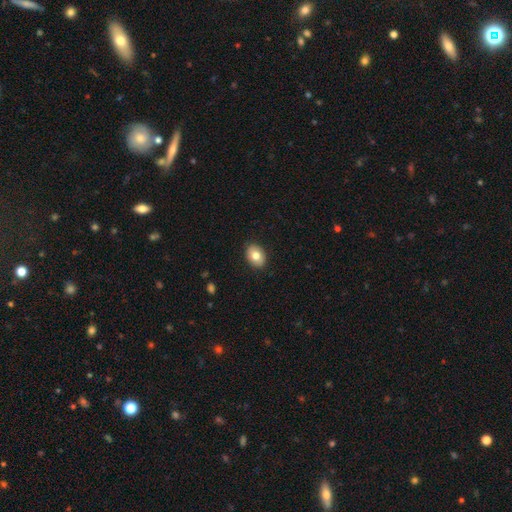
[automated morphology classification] The model was most divided on "how rounded": in between: 75%, round: 24%, cigar-shaped: 1%. More confident: merging — none (89%); smooth or featured — smooth (80%).